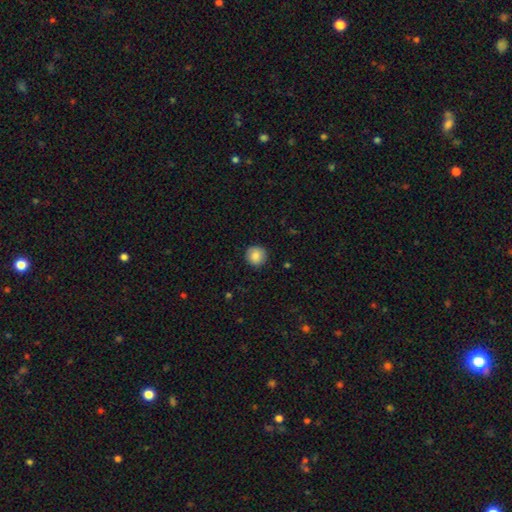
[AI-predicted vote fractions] Smooth or featured: smooth — 86% (star or artifact — 8%)
How rounded: round — 94% (in between — 5%)
Merging: none — 90% (minor disturbance — 7%)